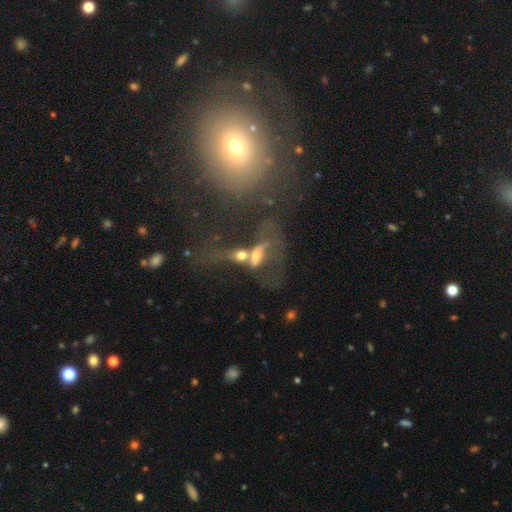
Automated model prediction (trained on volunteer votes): smooth_or_featured: featured or disk (p=0.52) [alt: smooth p=0.32]
disk_edge_on: no (p=0.78) [alt: yes p=0.22]
merging: merger (p=0.59) [alt: major disturbance p=0.19]